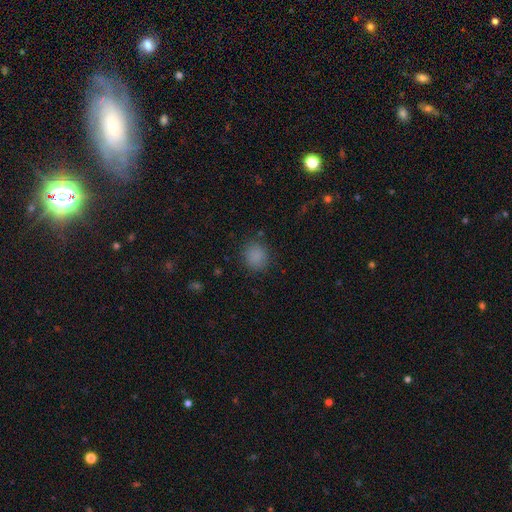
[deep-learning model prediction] Smooth or featured: smooth — 85% (star or artifact — 11%)
How rounded: round — 81% (in between — 18%)
Merging: none — 85% (minor disturbance — 10%)